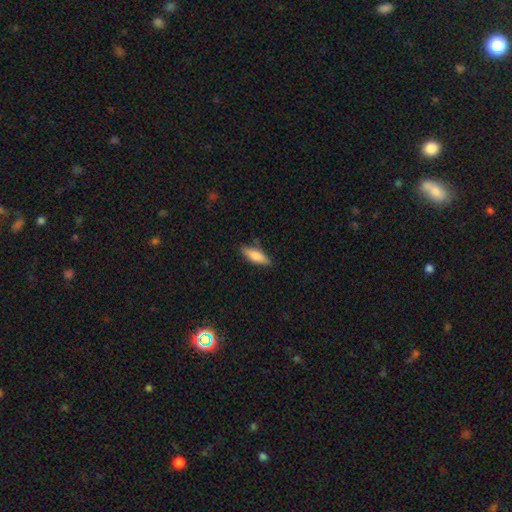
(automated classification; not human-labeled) Smooth or featured?
  - smooth: 79% *
  - featured or disk: 15%
  - star or artifact: 6%
How rounded?
  - in between: 56% *
  - cigar-shaped: 41%
  - round: 2%
Merging?
  - none: 82% *
  - minor disturbance: 14%
  - major disturbance: 3%
  - merger: 2%